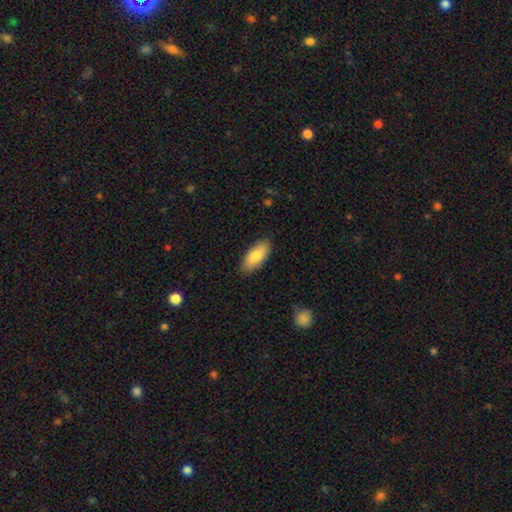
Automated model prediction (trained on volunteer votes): This appears to be a smooth galaxy with no disk features (84%) that is in between round and cigar-shaped (84%). Merging: none (86%).